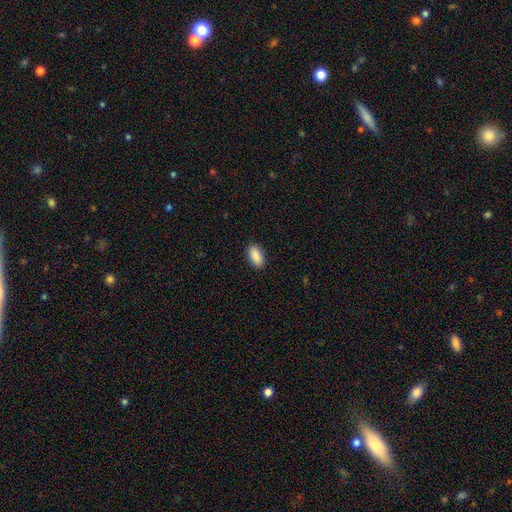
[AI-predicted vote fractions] Smooth or featured? smooth (90%)
How rounded? in between (92%)
Merging? none (90%)